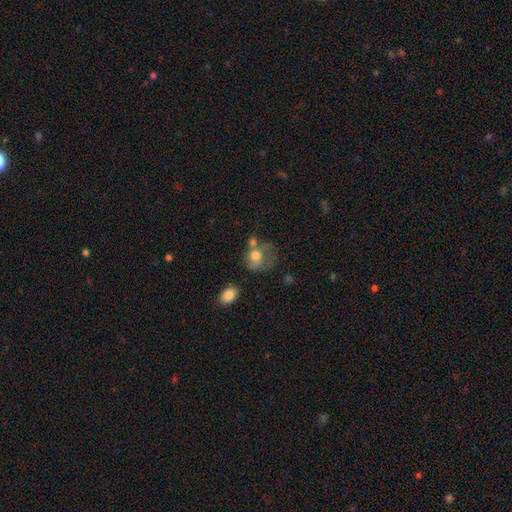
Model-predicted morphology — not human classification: Smooth or featured?
  - smooth: 66% *
  - featured or disk: 24%
  - star or artifact: 10%
How rounded?
  - round: 58% *
  - in between: 41%
  - cigar-shaped: 1%
Merging?
  - none: 30% *
  - major disturbance: 26%
  - merger: 22%
  - minor disturbance: 21%